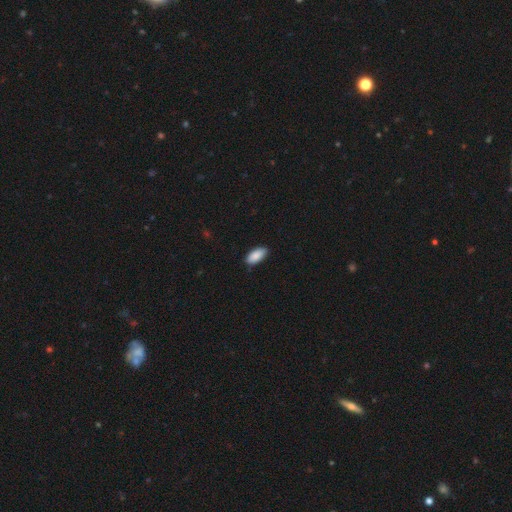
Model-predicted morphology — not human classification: This appears to be a smooth galaxy with no disk features (89%) that is in between round and cigar-shaped (92%). Merging: none (86%).